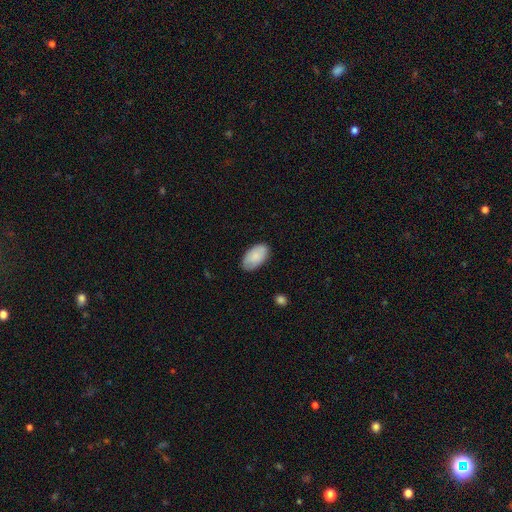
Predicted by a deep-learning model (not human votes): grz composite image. It shows a smooth galaxy with no disk features (85%) that is in between round and cigar-shaped (95%). Merging: none (84%).